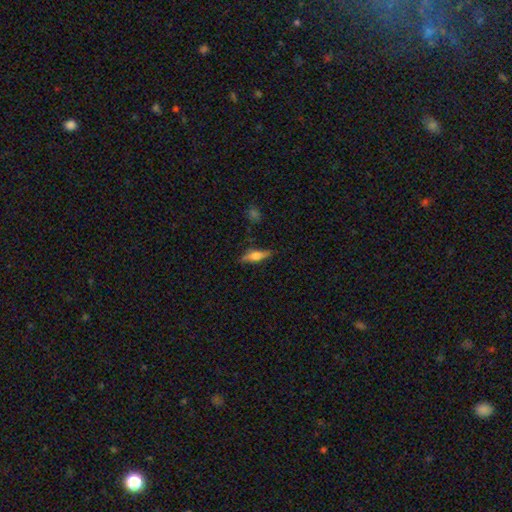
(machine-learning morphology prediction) Smooth or featured?
  - smooth: 49% *
  - featured or disk: 43%
  - star or artifact: 7%
Merging?
  - none: 79% *
  - minor disturbance: 15%
  - major disturbance: 4%
  - merger: 2%